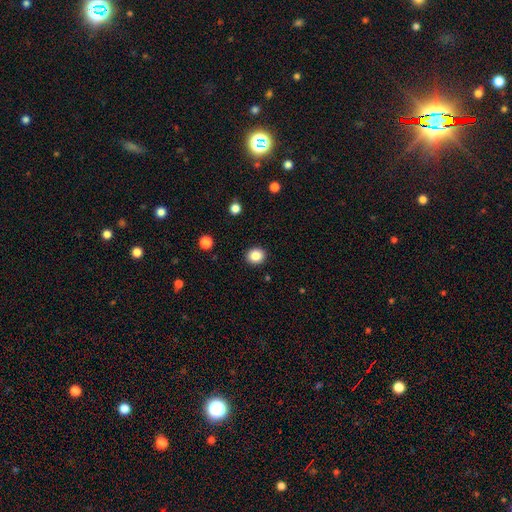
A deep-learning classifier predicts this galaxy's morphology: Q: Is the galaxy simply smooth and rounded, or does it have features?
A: smooth — 87%.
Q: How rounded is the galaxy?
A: round — 77%.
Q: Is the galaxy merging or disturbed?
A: none — 91%.